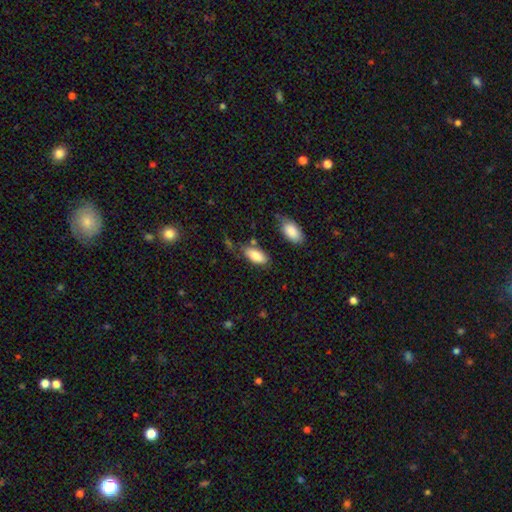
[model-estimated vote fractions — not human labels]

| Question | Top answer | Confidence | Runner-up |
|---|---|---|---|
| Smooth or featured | smooth | 85% | featured or disk (9%) |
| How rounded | in between | 90% | cigar-shaped (7%) |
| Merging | none | 66% | minor disturbance (21%) |